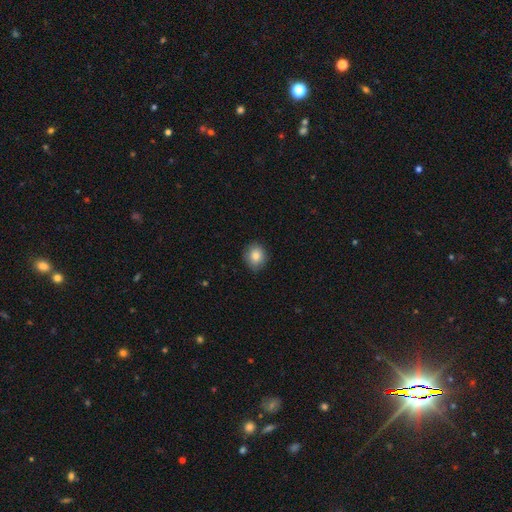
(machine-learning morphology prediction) type=smooth (83%); roundness=round (68%); merging=none (84%).